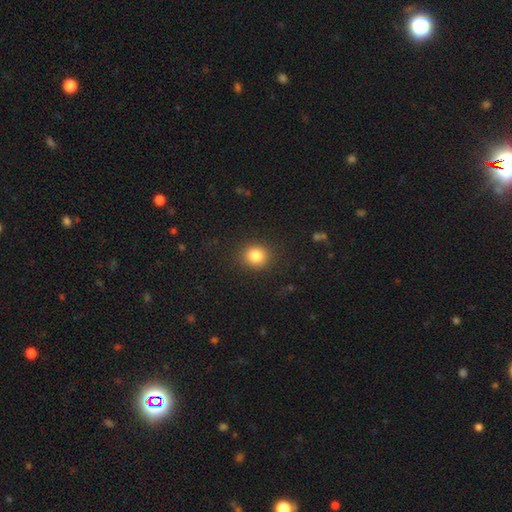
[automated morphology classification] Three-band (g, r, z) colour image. It shows a smooth galaxy with no disk features (84%) that is round (81%). Merging: none (88%).